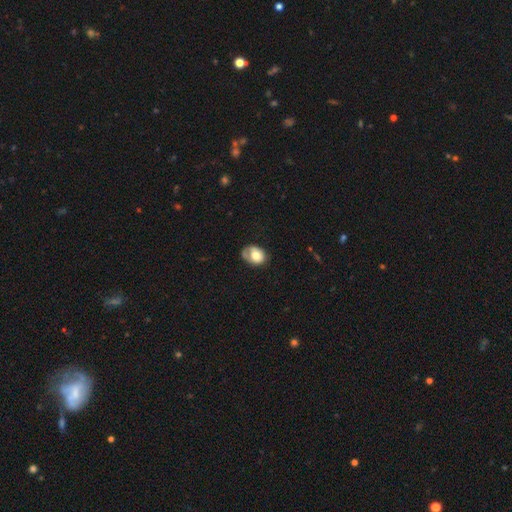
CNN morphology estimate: A smooth galaxy with no disk features (67%) that is in between round and cigar-shaped (65%). Merging: none (41%).